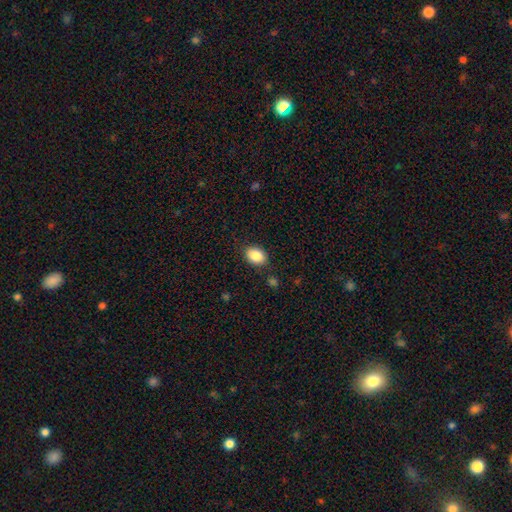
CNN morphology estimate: A smooth galaxy with no disk features (88%) that is in between round and cigar-shaped (76%). Merging: none (84%).